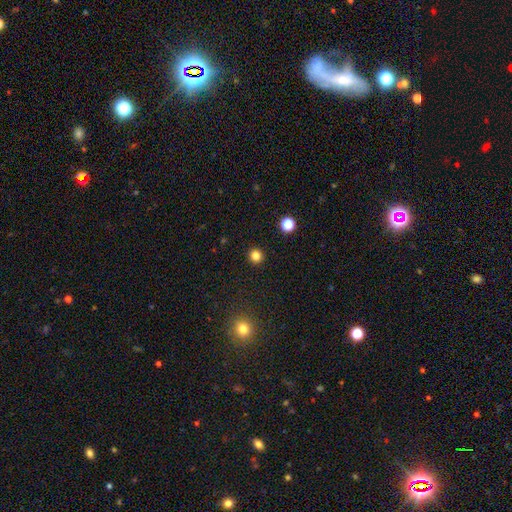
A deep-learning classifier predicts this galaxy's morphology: smooth_or_featured: smooth (p=0.83) [alt: star or artifact p=0.13]
how_rounded: round (p=0.94) [alt: in between p=0.05]
merging: none (p=0.93) [alt: minor disturbance p=0.04]